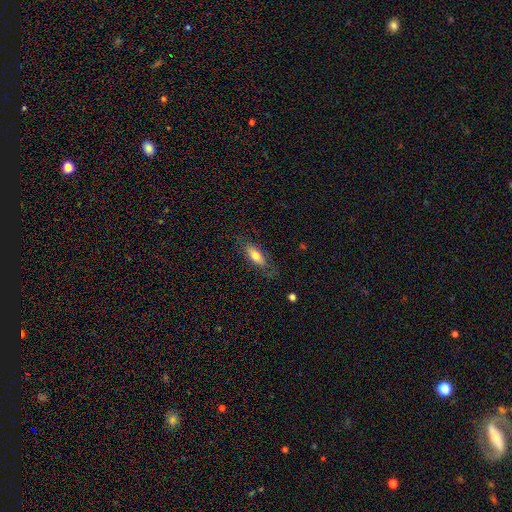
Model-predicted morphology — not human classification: smooth-or-featured: smooth: 67% | featured or disk: 26% | star or artifact: 7%
  how-rounded: in between: 70% | cigar-shaped: 27% | round: 3%
  merging: none: 74% | minor disturbance: 19% | major disturbance: 6% | merger: 1%